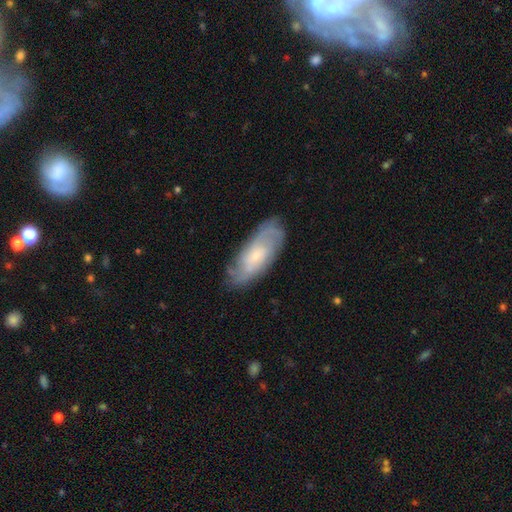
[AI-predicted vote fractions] Smooth or featured: featured or disk — 67% (smooth — 27%)
Edge-on disk: no — 89% (yes — 11%)
Bar: no — 66% (weak — 29%)
Spiral arms: yes — 89% (no — 11%)
Spiral winding: tight — 54% (medium — 34%)
Spiral arm count: can't tell — 48% (2 — 24%)
Bulge size: small — 73% (moderate — 21%)
Merging: none — 78% (minor disturbance — 17%)